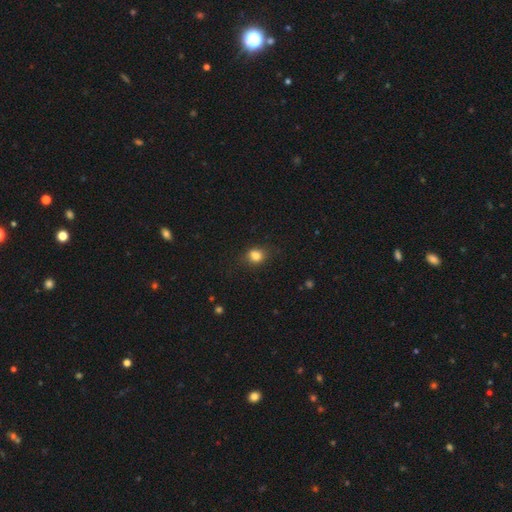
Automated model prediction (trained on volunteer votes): Morphology: type=smooth (81%); roundness=round (62%); merging=none (71%).